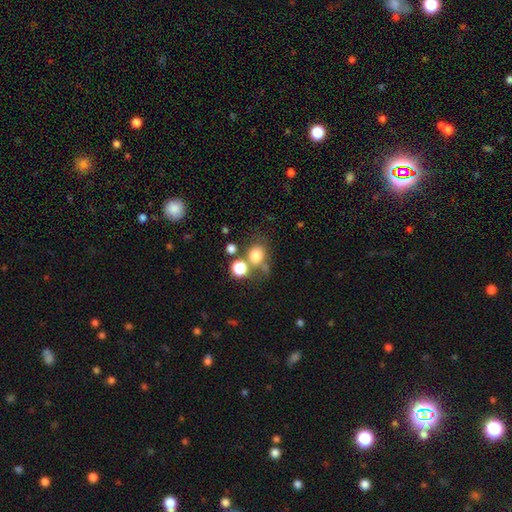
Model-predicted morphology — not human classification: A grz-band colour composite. It shows a smooth galaxy with no disk features (77%) that is round (71%). Merging: none (52%).